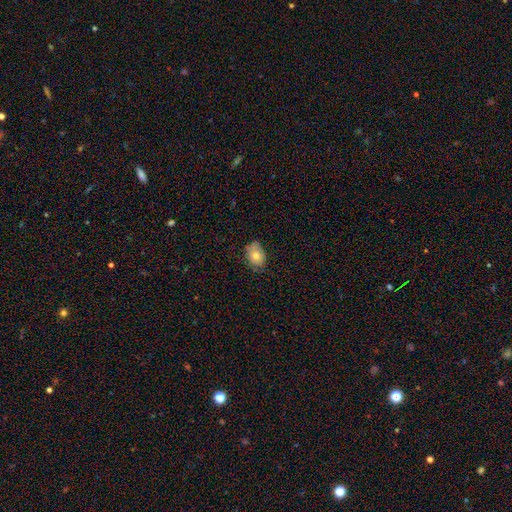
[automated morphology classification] Smooth or featured: smooth — 74% (featured or disk — 18%)
How rounded: in between — 75% (round — 24%)
Merging: none — 69% (minor disturbance — 25%)